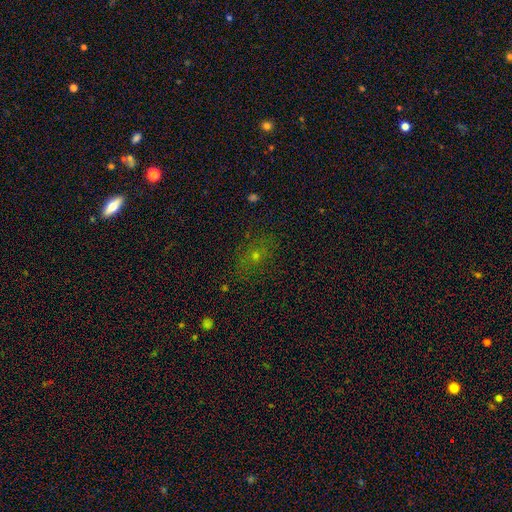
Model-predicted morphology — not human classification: Overall: smooth (49%; star or artifact 31%). Merging: none (77%).